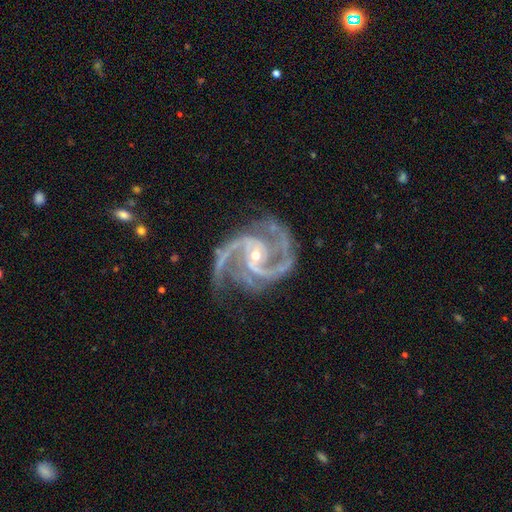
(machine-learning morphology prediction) Smooth or featured? Predicted: featured or disk (p=0.94). Edge-on disk? Predicted: no (p=0.98). Bar? Predicted: no (p=0.47). Spiral arms? Predicted: yes (p=0.99). Spiral winding? Predicted: medium (p=0.62). Spiral arm count? Predicted: 2 (p=0.59). Bulge size? Predicted: small (p=0.62). Merging? Predicted: none (p=0.67).